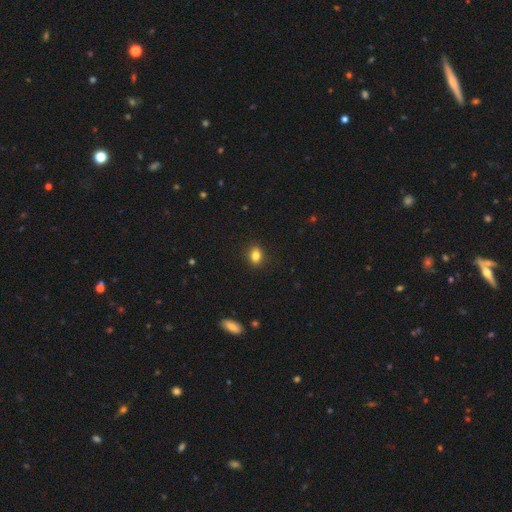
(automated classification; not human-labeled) The model was most divided on "how rounded": in between: 62%, round: 36%, cigar-shaped: 2%. More confident: merging — none (89%); smooth or featured — smooth (84%).